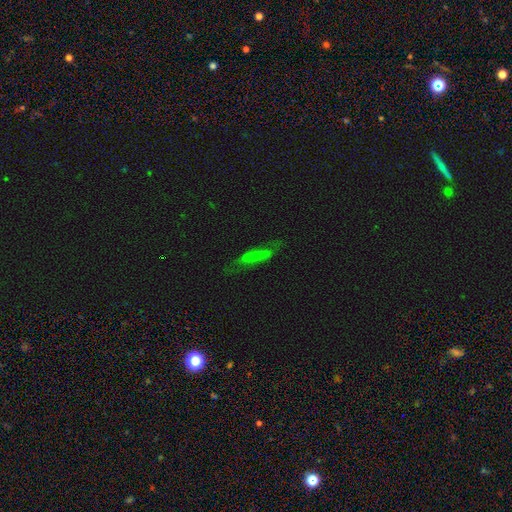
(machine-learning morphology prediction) This is possibly a featured or disk galaxy (51%). It is possibly viewed edge-on (58%). Merging: likely none (67%).